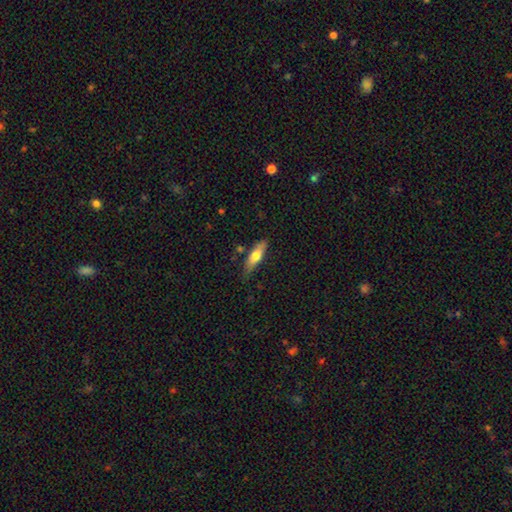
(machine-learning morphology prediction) smooth-or-featured: smooth: 63% | featured or disk: 32% | star or artifact: 6%
  how-rounded: cigar-shaped: 56% | in between: 41% | round: 2%
  merging: none: 73% | minor disturbance: 19% | major disturbance: 4% | merger: 4%